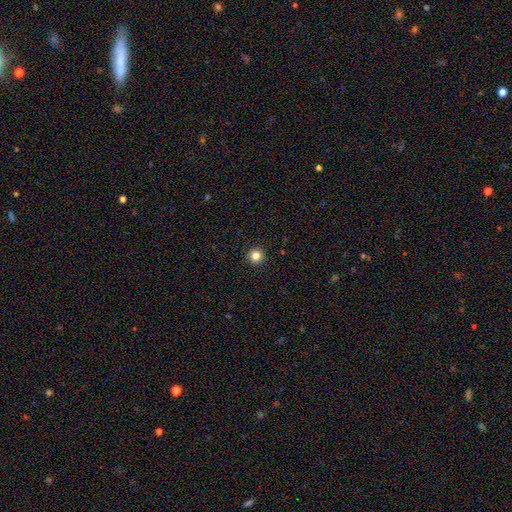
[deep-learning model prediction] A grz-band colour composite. It shows a smooth galaxy with no disk features (83%) that is round (96%). Merging: none (94%).